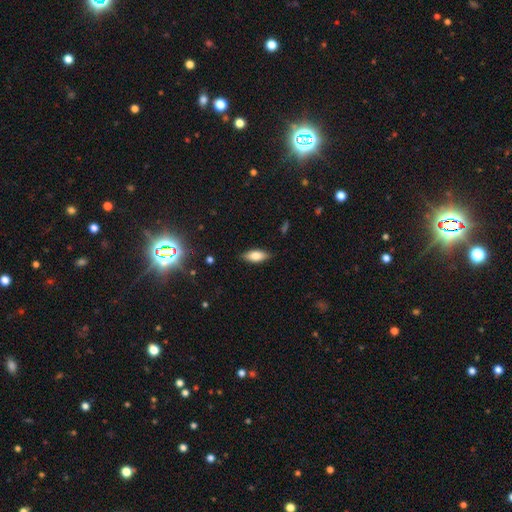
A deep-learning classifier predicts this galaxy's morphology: A smooth galaxy with no disk features (78%) that is in between round and cigar-shaped (81%).

Vote fractions:
- Smooth or featured? smooth: 78% / featured or disk: 14% / star or artifact: 8%
- How rounded? in between: 81% / cigar-shaped: 16% / round: 2%
- Merging? none: 85% / minor disturbance: 12% / major disturbance: 2% / merger: 1%